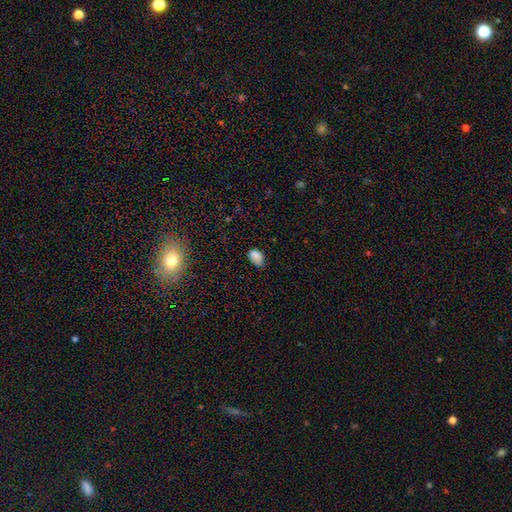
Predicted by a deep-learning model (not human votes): A smooth galaxy with no disk features (83%) that is in between round and cigar-shaped (84%). Merging: none (60%).